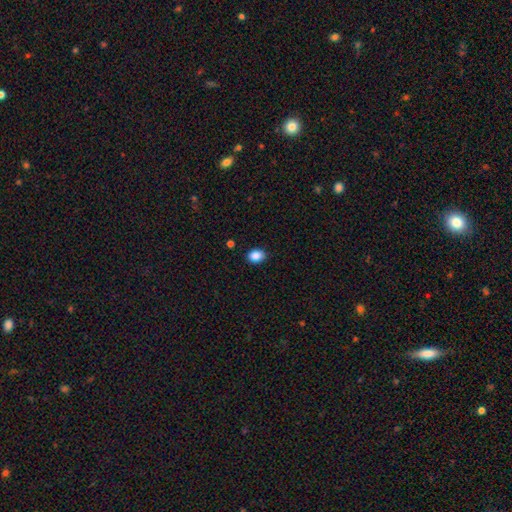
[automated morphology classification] The model was most divided on "how rounded": in between: 69%, round: 30%, cigar-shaped: 1%. More confident: smooth or featured — smooth (88%); merging — none (87%).